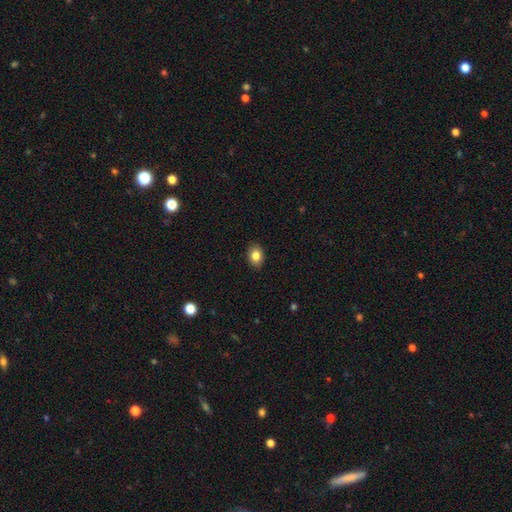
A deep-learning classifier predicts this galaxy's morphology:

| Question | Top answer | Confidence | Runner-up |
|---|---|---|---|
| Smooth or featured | smooth | 84% | star or artifact (9%) |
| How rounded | in between | 69% | round (30%) |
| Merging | none | 89% | minor disturbance (8%) |